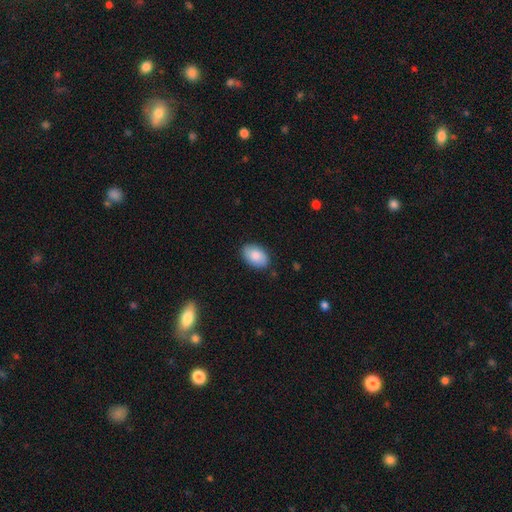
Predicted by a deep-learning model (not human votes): Smooth or featured? smooth (83%)
How rounded? in between (90%)
Merging? none (86%)